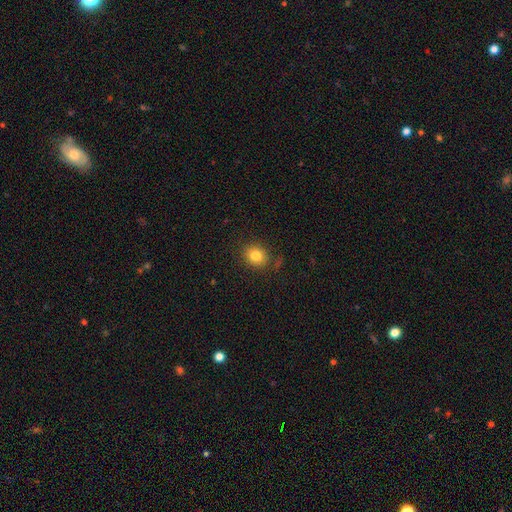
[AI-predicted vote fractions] Smooth or featured? Predicted: smooth (p=0.81). How rounded? Predicted: round (p=0.69). Merging? Predicted: none (p=0.84).